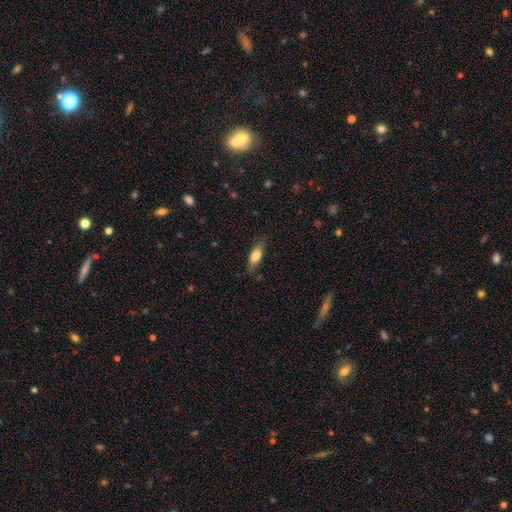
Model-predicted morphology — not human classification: A smooth galaxy with no disk features (77%) that is in between round and cigar-shaped (70%). Merging: none (73%).